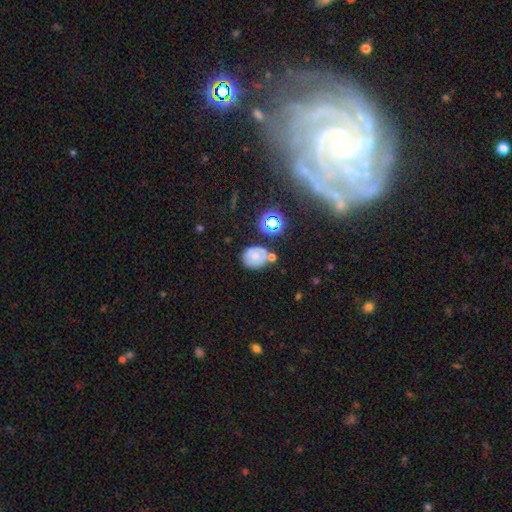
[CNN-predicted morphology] A smooth galaxy with no disk features (54%) that is round (52%). Merging: none (60%).